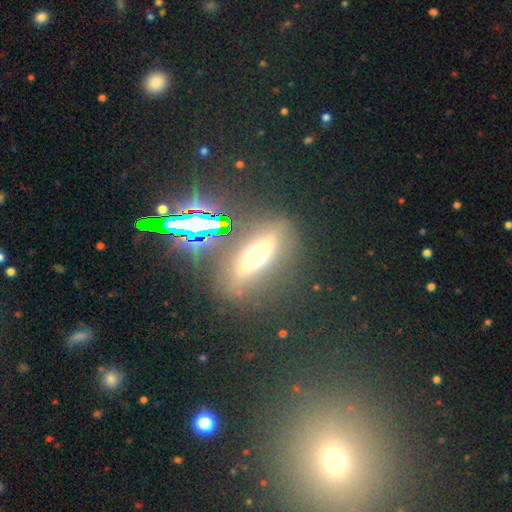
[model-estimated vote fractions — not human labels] A featured or disk galaxy (35%). Merging: none (78%).